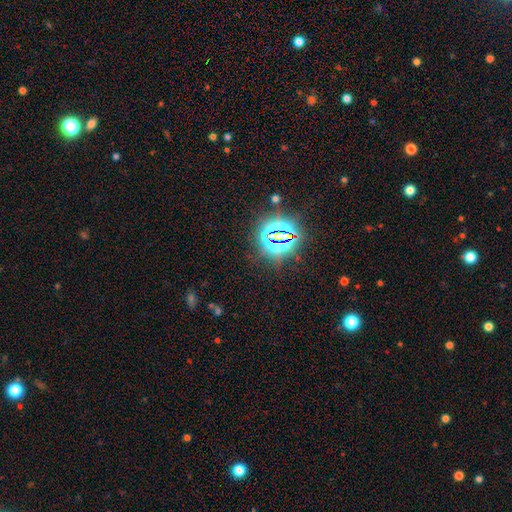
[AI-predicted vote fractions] Smooth or featured?
  - star or artifact: 85% *
  - smooth: 9%
  - featured or disk: 6%